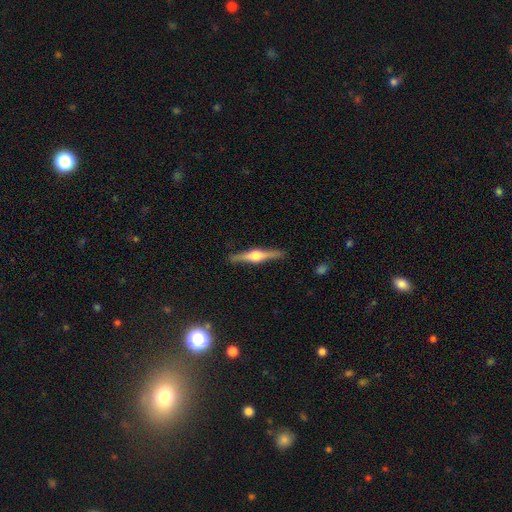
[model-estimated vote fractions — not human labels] smooth_or_featured: featured or disk (p=0.78) [alt: smooth p=0.17]
disk_edge_on: yes (p=0.98) [alt: no p=0.02]
edge_on_bulge: rounded (p=0.94) [alt: boxy p=0.04]
merging: none (p=0.90) [alt: minor disturbance p=0.07]